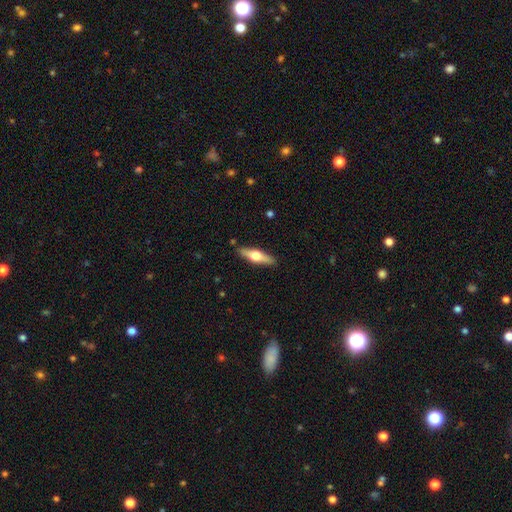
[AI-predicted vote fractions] A featured or disk galaxy (58%) viewed edge-on (95%) with a rounded central bulge (95%). Merging: none (89%).